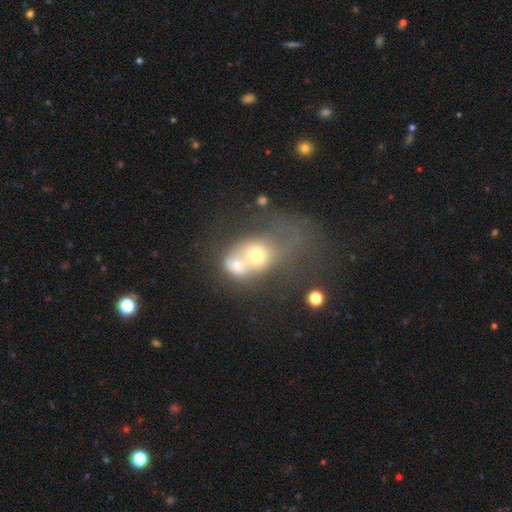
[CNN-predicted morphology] This appears to be a smooth galaxy with no disk features (44%). Merging: merger (76%).